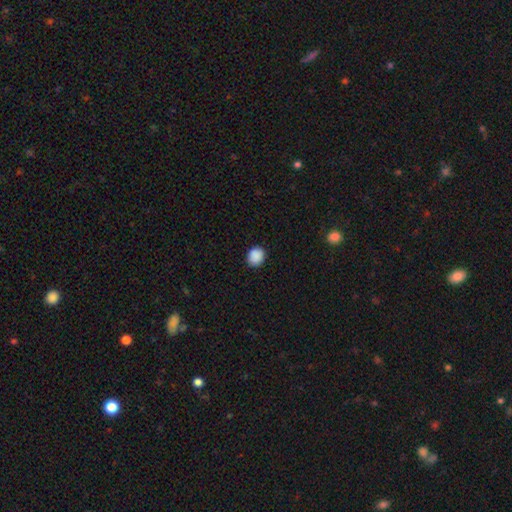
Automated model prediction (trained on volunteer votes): Morphology: type=smooth (89%); roundness=round (78%); merging=none (89%).